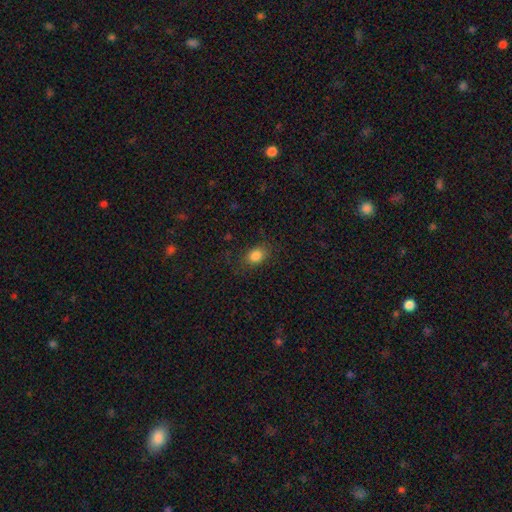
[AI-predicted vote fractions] A smooth galaxy with no disk features (84%) that is in between round and cigar-shaped (75%).

Vote fractions:
- Smooth or featured? smooth: 84% / star or artifact: 10% / featured or disk: 6%
- How rounded? in between: 75% / round: 24% / cigar-shaped: 2%
- Merging? none: 80% / minor disturbance: 14% / major disturbance: 5% / merger: 1%